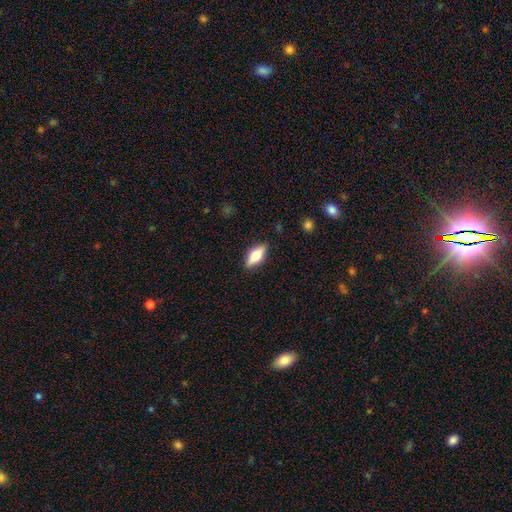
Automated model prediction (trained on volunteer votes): Smooth or featured: smooth — 65% (featured or disk — 28%)
How rounded: in between — 76% (cigar-shaped — 21%)
Merging: none — 87% (minor disturbance — 9%)